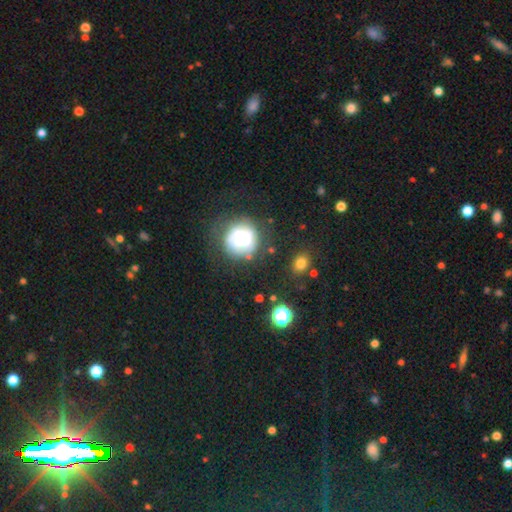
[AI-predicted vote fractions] This is possibly a star or artifact rather than a galaxy (57%).